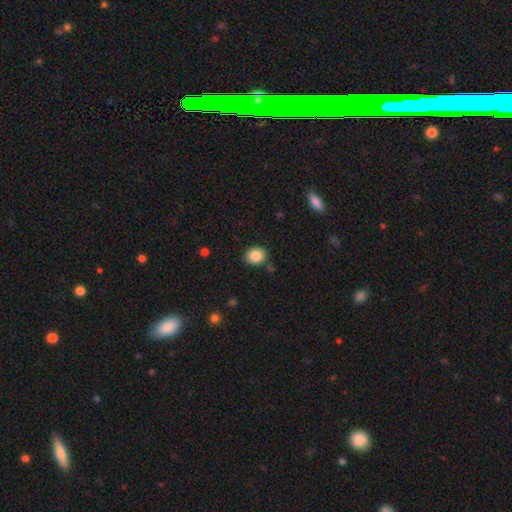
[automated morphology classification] A smooth galaxy with no disk features (86%) that is round (74%).

Vote fractions:
- Smooth or featured? smooth: 86% / star or artifact: 9% / featured or disk: 5%
- How rounded? round: 74% / in between: 25% / cigar-shaped: 1%
- Merging? none: 86% / minor disturbance: 9% / merger: 3% / major disturbance: 2%